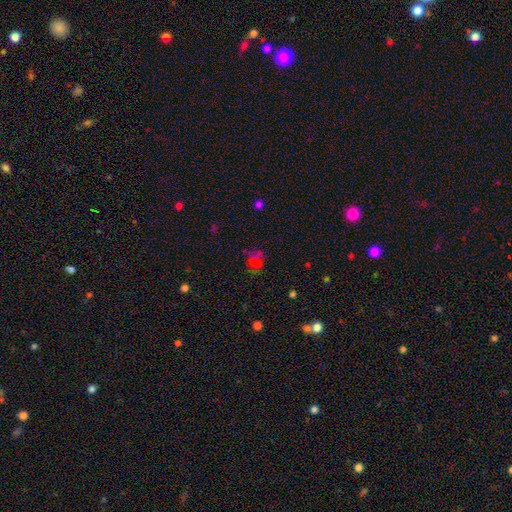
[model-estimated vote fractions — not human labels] Smooth or featured?
  - smooth: 51% *
  - star or artifact: 35%
  - featured or disk: 14%
How rounded?
  - round: 55% *
  - in between: 43%
  - cigar-shaped: 2%
Merging?
  - none: 61% *
  - minor disturbance: 18%
  - major disturbance: 13%
  - merger: 8%